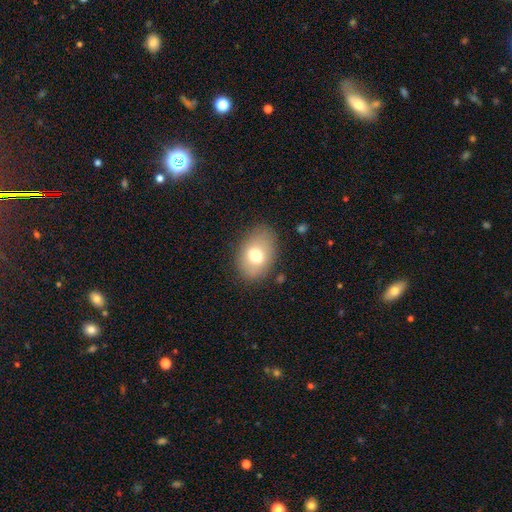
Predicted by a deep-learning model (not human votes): smooth_or_featured: smooth (p=0.70) [alt: featured or disk p=0.21]
how_rounded: in between (p=0.77) [alt: round p=0.22]
merging: none (p=0.81) [alt: minor disturbance p=0.13]